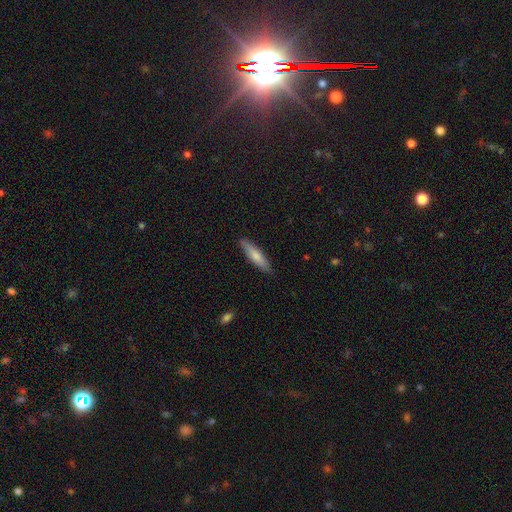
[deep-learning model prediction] The model was most divided on "how rounded": cigar-shaped: 74%, in between: 25%, round: 1%. More confident: merging — none (86%); smooth or featured — smooth (74%).